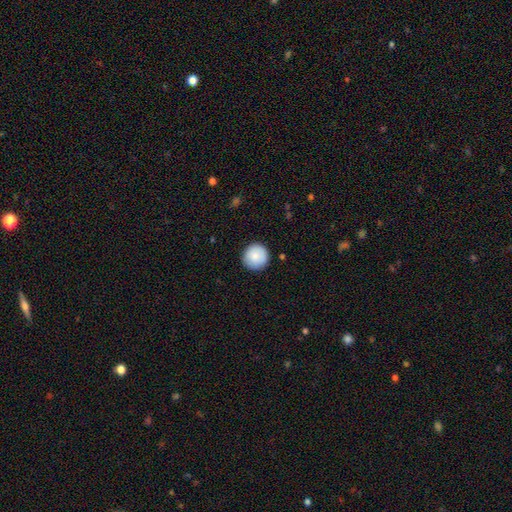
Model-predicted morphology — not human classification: type=smooth (85%); roundness=round (96%); merging=none (91%).